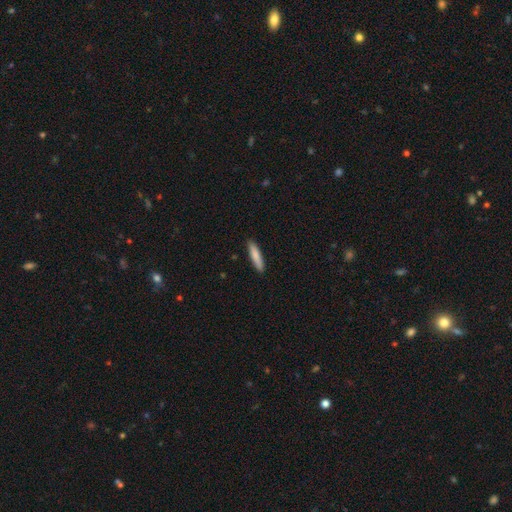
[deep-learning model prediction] Smooth or featured: smooth — 82% (featured or disk — 12%)
How rounded: cigar-shaped — 84% (in between — 15%)
Merging: none — 90% (minor disturbance — 7%)